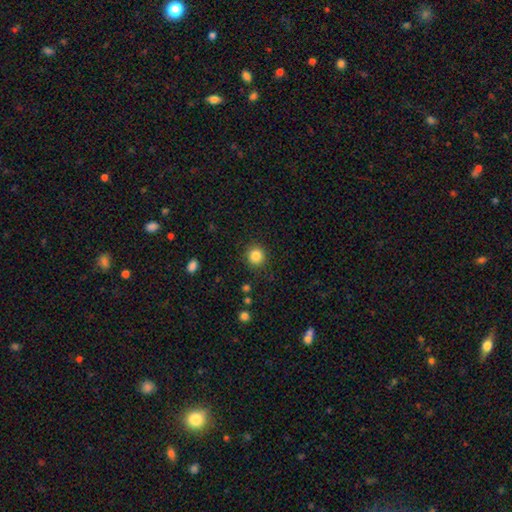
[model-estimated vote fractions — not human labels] smooth-or-featured: smooth: 85% | star or artifact: 11% | featured or disk: 5%
  how-rounded: round: 92% | in between: 7% | cigar-shaped: 1%
  merging: none: 90% | minor disturbance: 6% | major disturbance: 2% | merger: 1%